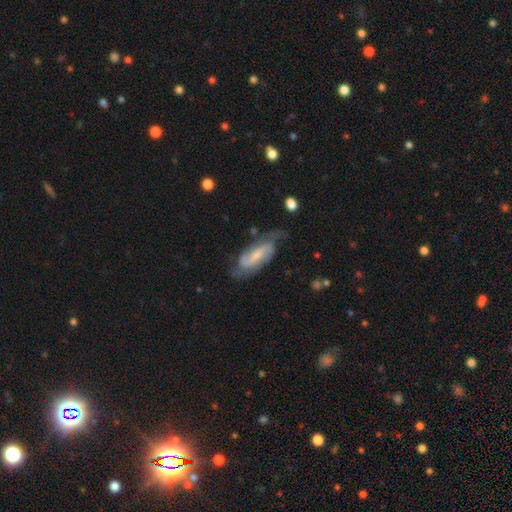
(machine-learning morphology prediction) Smooth or featured: featured or disk — 75% (smooth — 18%)
Edge-on disk: no — 92% (yes — 8%)
Bar: weak — 44% (no — 34%)
Spiral arms: yes — 94% (no — 6%)
Spiral winding: medium — 47% (tight — 30%)
Spiral arm count: 2 — 80% (can't tell — 10%)
Bulge size: small — 50% (moderate — 28%)
Merging: none — 63% (minor disturbance — 24%)